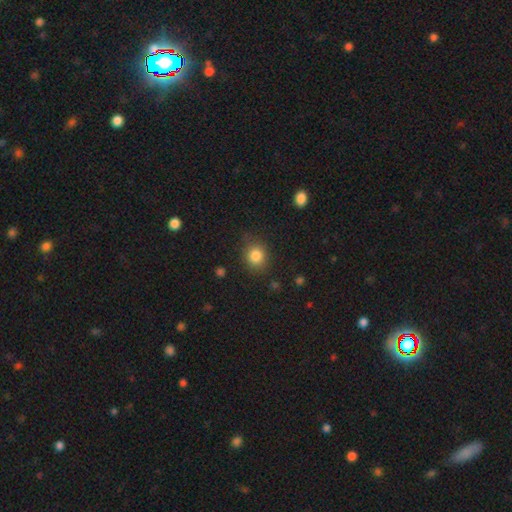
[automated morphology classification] smooth_or_featured: smooth (p=0.83) [alt: star or artifact p=0.11]
how_rounded: round (p=0.74) [alt: in between p=0.25]
merging: none (p=0.80) [alt: minor disturbance p=0.14]